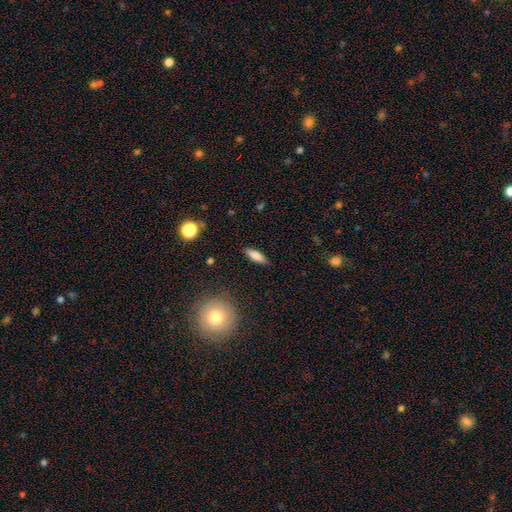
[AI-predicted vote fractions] Smooth or featured: smooth — 78% (featured or disk — 15%)
How rounded: cigar-shaped — 51% (in between — 47%)
Merging: none — 87% (minor disturbance — 9%)